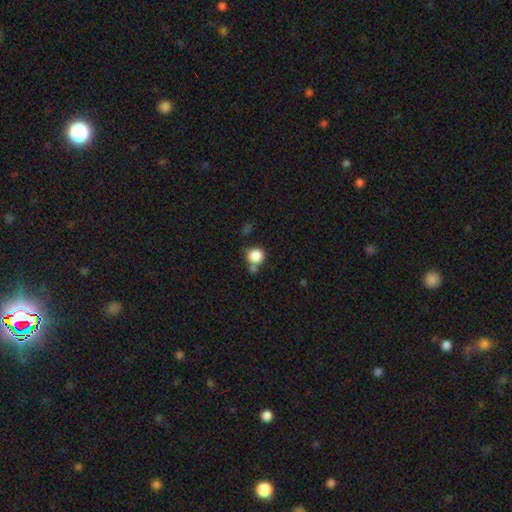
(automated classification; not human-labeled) smooth-or-featured: smooth: 84% | star or artifact: 10% | featured or disk: 6%
  how-rounded: round: 88% | in between: 11% | cigar-shaped: 1%
  merging: none: 54% | merger: 22% | minor disturbance: 18% | major disturbance: 7%